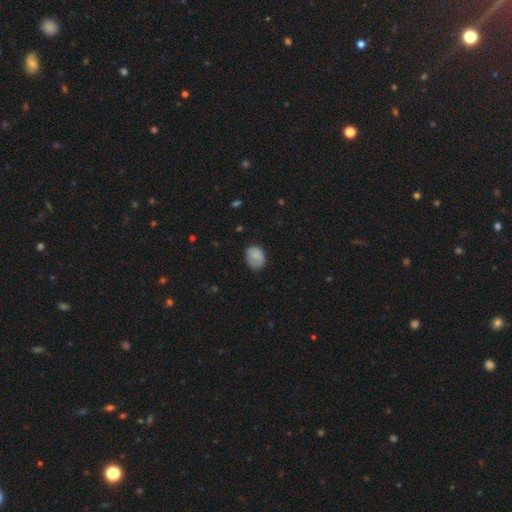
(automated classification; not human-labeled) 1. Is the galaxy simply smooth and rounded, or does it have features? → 77% smooth, 15% featured or disk, 8% star or artifact.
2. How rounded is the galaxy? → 63% in between, 36% round, 1% cigar-shaped.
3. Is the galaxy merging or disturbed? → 63% none, 28% minor disturbance, 8% major disturbance, 2% merger.